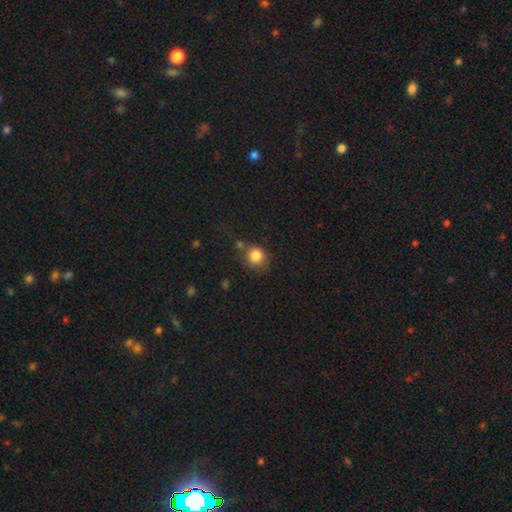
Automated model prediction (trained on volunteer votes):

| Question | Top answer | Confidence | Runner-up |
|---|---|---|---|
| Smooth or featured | smooth | 83% | star or artifact (10%) |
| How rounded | round | 85% | in between (14%) |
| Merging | none | 59% | minor disturbance (18%) |